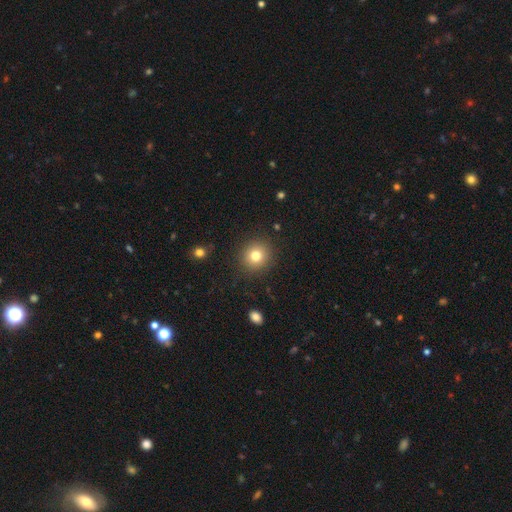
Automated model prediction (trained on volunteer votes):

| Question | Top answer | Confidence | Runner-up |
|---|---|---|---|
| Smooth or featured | smooth | 78% | star or artifact (12%) |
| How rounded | round | 89% | in between (10%) |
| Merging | none | 89% | minor disturbance (7%) |